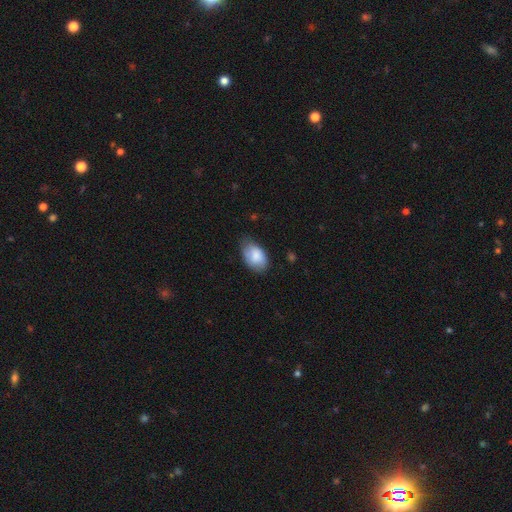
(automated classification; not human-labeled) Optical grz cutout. It shows a smooth galaxy with no disk features (83%) that is in between round and cigar-shaped (90%). Merging: none (56%).